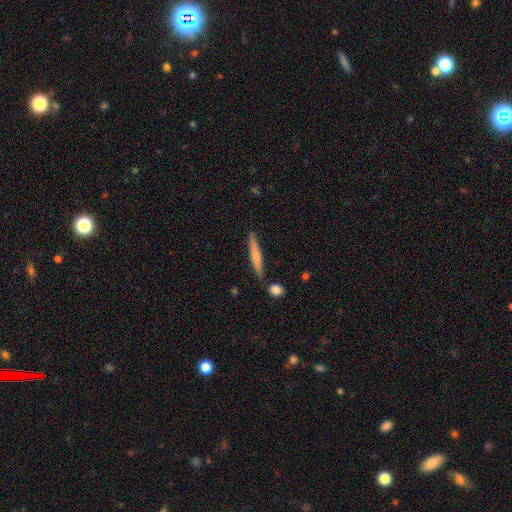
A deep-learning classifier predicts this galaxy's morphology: Smooth or featured?
  - smooth: 57% *
  - featured or disk: 37%
  - star or artifact: 6%
How rounded?
  - cigar-shaped: 94% *
  - in between: 4%
  - round: 2%
Merging?
  - none: 83% *
  - minor disturbance: 10%
  - merger: 4%
  - major disturbance: 2%